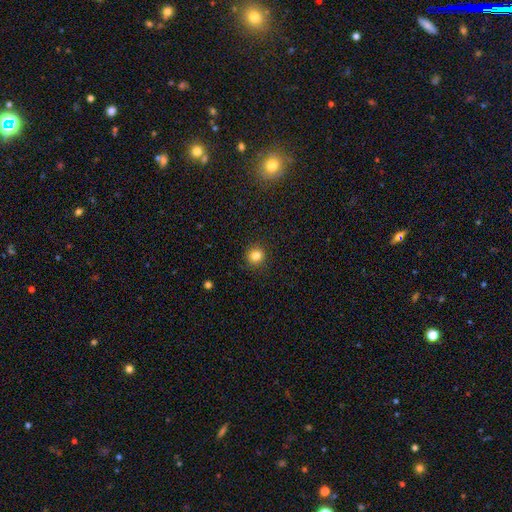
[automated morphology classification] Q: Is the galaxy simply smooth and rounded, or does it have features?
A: smooth — 83%.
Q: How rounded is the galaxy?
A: round — 89%.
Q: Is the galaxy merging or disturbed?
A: none — 89%.